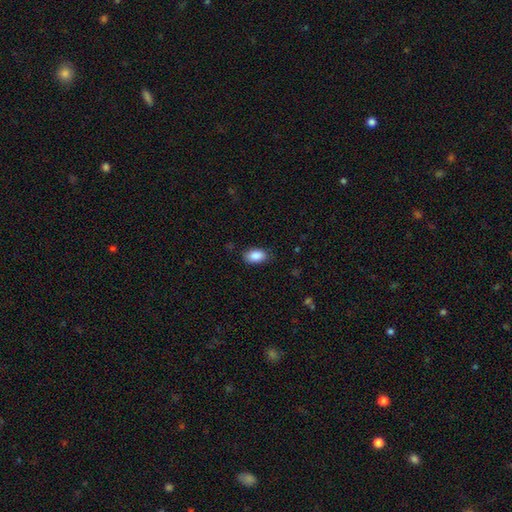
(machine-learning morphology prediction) Overall: smooth (89%). How rounded: in between (92%). Merging: none (83%).